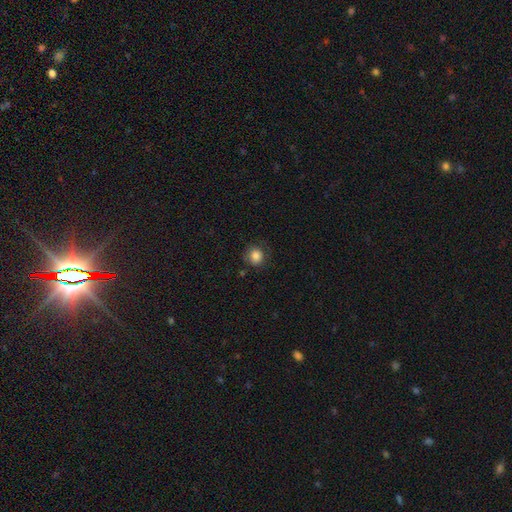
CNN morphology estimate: A smooth galaxy with no disk features (83%) that is round (85%). Merging: none (71%).